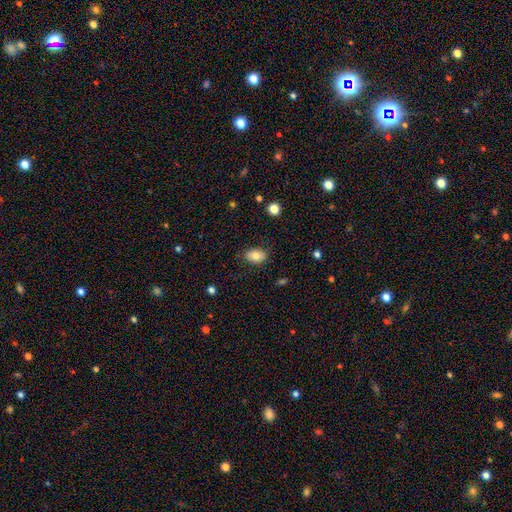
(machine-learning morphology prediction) This appears to be a smooth galaxy with no disk features (80%) that is in between round and cigar-shaped (86%). Merging: none (80%).